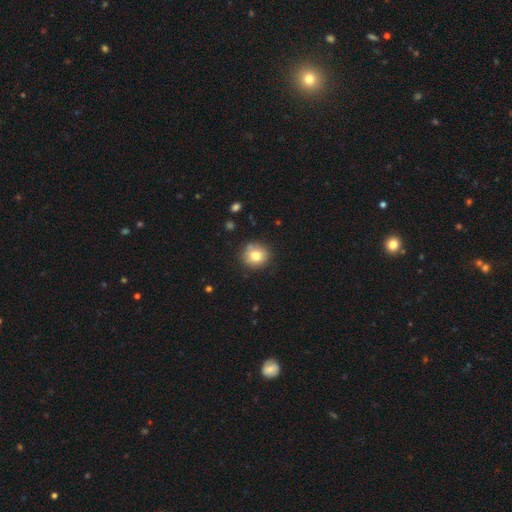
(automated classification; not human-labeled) smooth 80%, star or artifact 10%, featured or disk 10%. Down the decision tree: how rounded — round (88%); merging — none (84%).